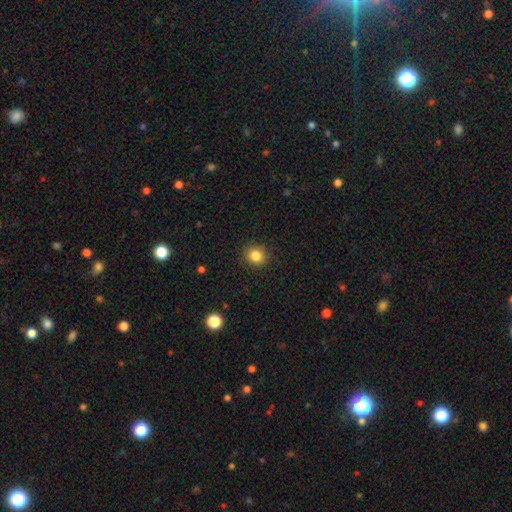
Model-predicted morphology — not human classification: Smooth or featured? Predicted: smooth (p=0.84). How rounded? Predicted: round (p=0.84). Merging? Predicted: none (p=0.90).